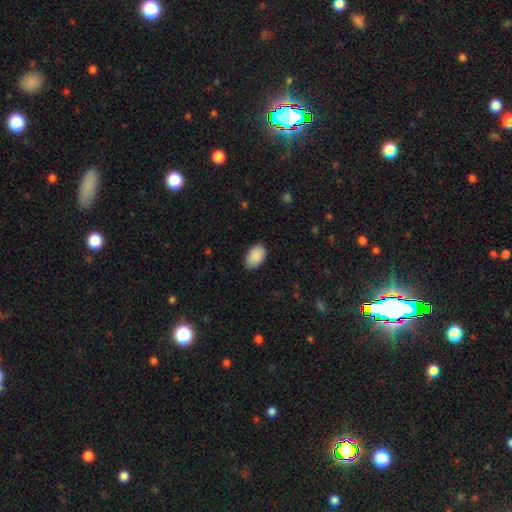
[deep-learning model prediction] Morphology: type=smooth (91%); roundness=in between (92%); merging=none (85%).